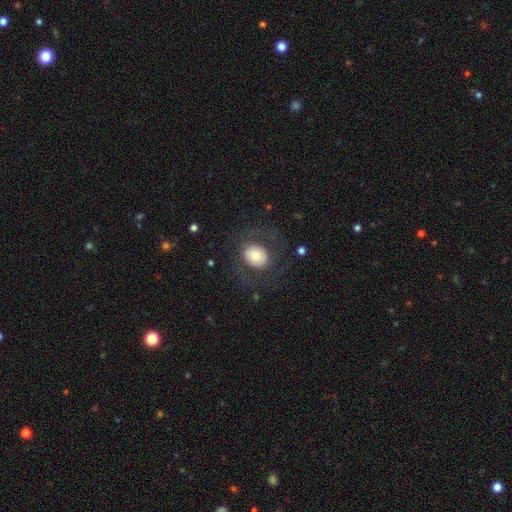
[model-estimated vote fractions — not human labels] smooth 66%, featured or disk 25%, star or artifact 9%. Down the decision tree: how rounded — round (55%); merging — none (70%).